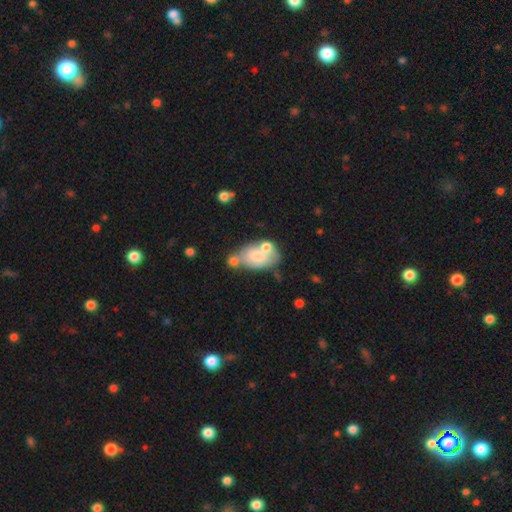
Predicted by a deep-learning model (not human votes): smooth 63%, featured or disk 30%, star or artifact 7%. Down the decision tree: how rounded — in between (88%); merging — merger (39%).